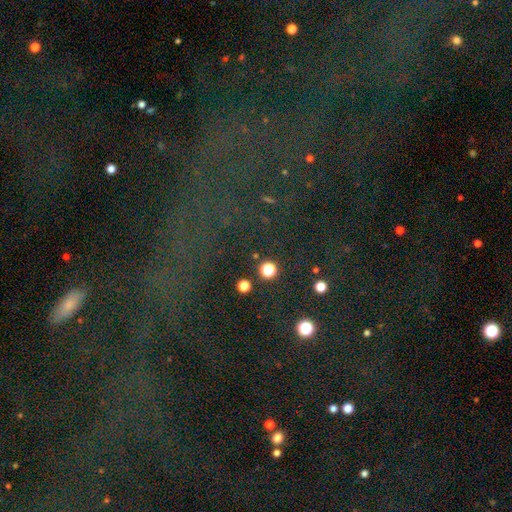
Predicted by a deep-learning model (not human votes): smooth-or-featured: star or artifact: 80% | smooth: 11% | featured or disk: 9%